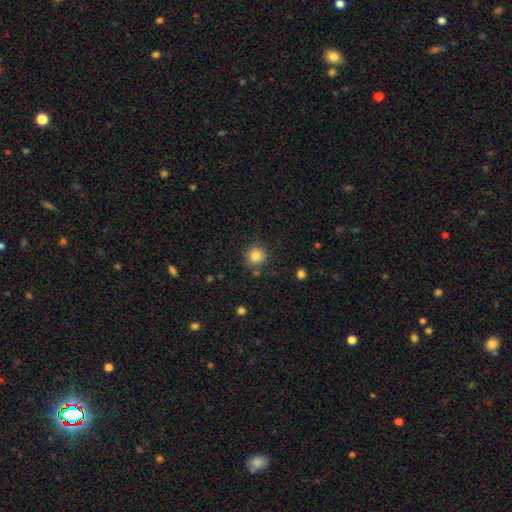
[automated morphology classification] A smooth galaxy with no disk features (83%) that is round (92%). Merging: none (83%).